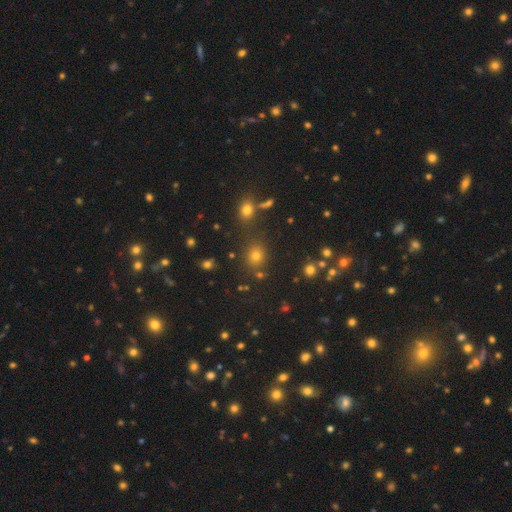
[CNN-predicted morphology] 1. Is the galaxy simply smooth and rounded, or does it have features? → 61% smooth, 31% star or artifact, 8% featured or disk.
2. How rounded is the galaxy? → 81% round, 18% in between, 1% cigar-shaped.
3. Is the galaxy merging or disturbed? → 80% none, 9% minor disturbance, 8% merger, 4% major disturbance.